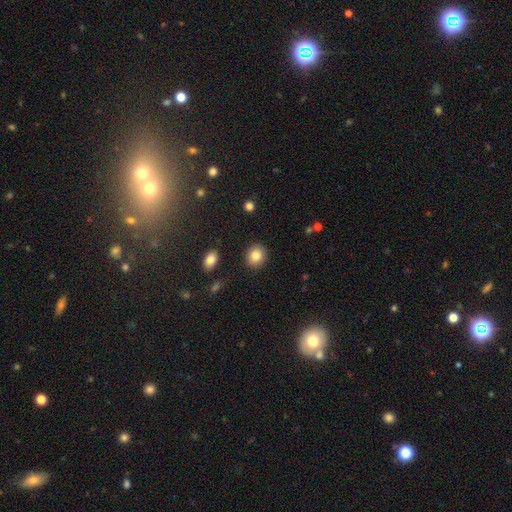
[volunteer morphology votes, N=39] smooth 85%, featured or disk 8%, star or artifact 8%. Down the decision tree: how rounded — round (64%); merging — none (97%).